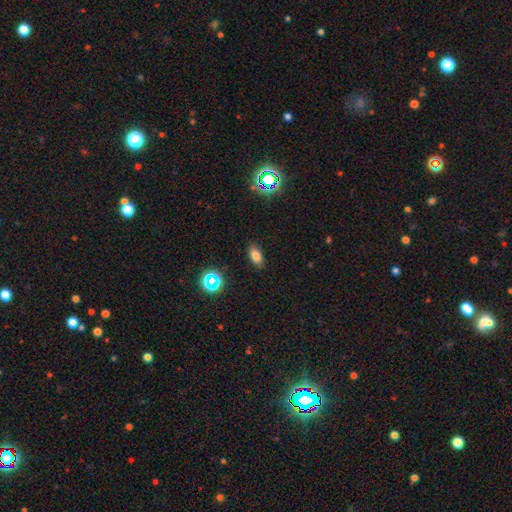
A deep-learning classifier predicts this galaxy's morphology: Overall: smooth (76%). How rounded: in between (88%). Merging: none (85%).